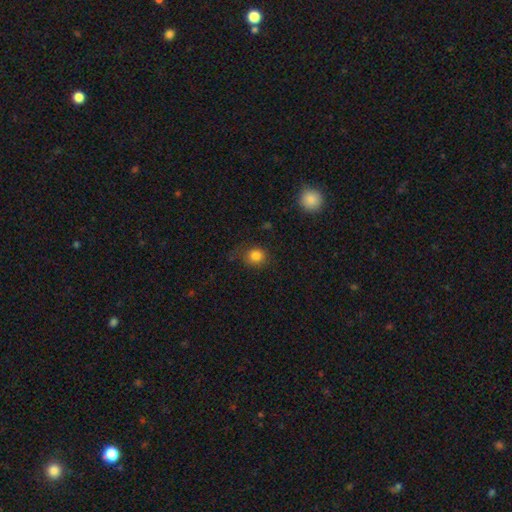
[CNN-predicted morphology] Smooth or featured? Predicted: smooth (p=0.82). How rounded? Predicted: round (p=0.80). Merging? Predicted: none (p=0.76).